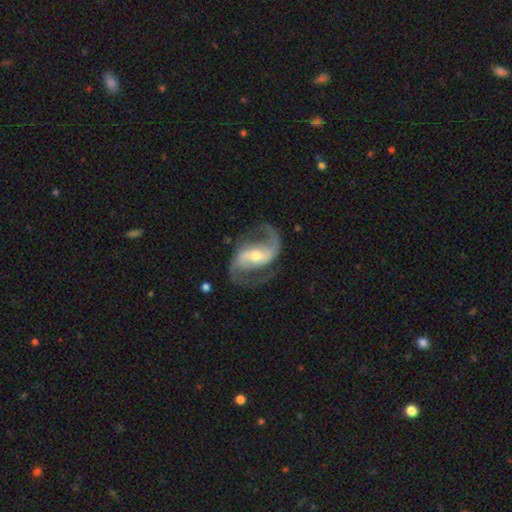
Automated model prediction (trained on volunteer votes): Smooth or featured? featured or disk (91%)
Edge-on disk? no (97%)
Bar? strong (44%)
Spiral arms? yes (98%)
Spiral winding? medium (49%)
Spiral arm count? 2 (93%)
Bulge size? moderate (47%, tied with small)
Merging? none (78%)